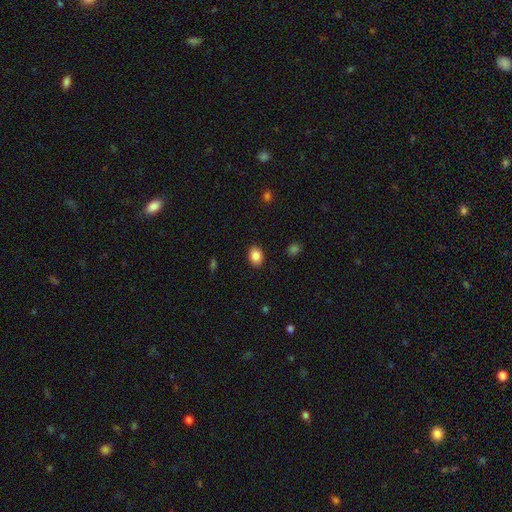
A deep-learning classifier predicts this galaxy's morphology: This appears to be a smooth galaxy with no disk features (86%) that is in between round and cigar-shaped (65%). Merging: none (89%).